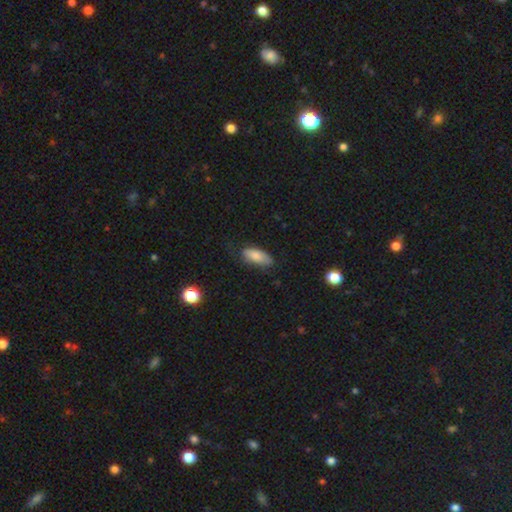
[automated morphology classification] The model was most divided on "merging": none: 65%, minor disturbance: 26%, major disturbance: 7%, merger: 2%. More confident: how rounded — in between (82%); smooth or featured — smooth (82%).